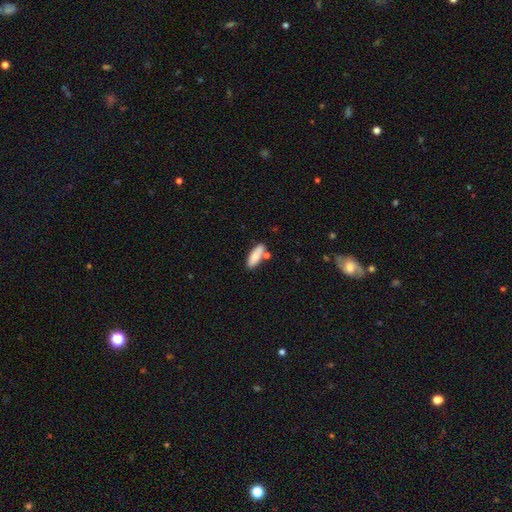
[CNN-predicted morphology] smooth-or-featured: smooth: 81% | featured or disk: 12% | star or artifact: 6%
  how-rounded: in between: 61% | cigar-shaped: 37% | round: 2%
  merging: none: 67% | merger: 15% | minor disturbance: 14% | major disturbance: 3%